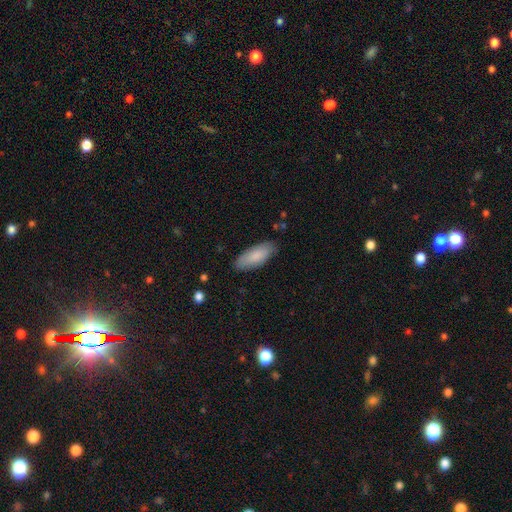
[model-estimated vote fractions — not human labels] Overall: smooth (85%). How rounded: in between (78%). Merging: none (83%).